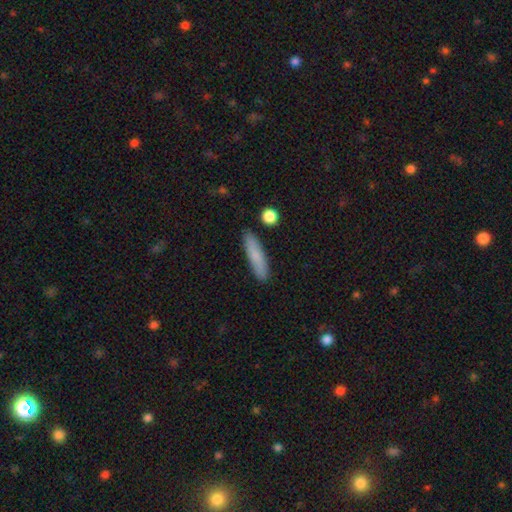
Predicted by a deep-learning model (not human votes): This is likely a smooth galaxy (78%). How rounded: clearly cigar-shaped (81%). Merging: clearly none (87%).